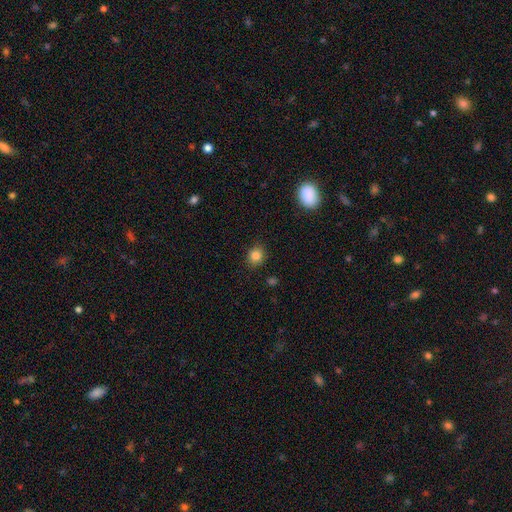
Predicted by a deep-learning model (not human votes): Overall: smooth (84%). How rounded: round (70%). Merging: none (86%).